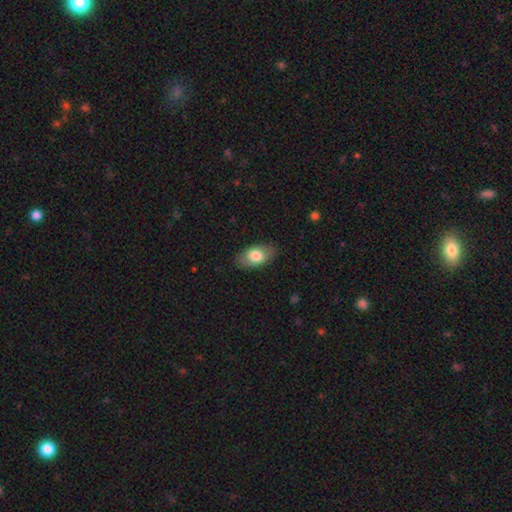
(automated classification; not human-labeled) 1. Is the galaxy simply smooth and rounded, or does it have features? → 75% smooth, 19% featured or disk, 6% star or artifact.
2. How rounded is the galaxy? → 91% in between, 6% round, 3% cigar-shaped.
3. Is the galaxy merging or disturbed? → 84% none, 12% minor disturbance, 3% major disturbance, 1% merger.